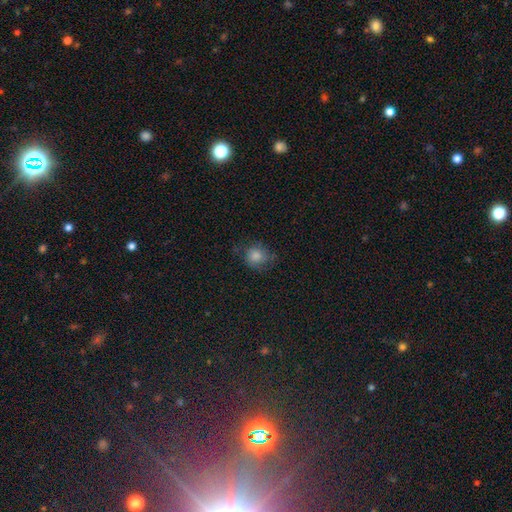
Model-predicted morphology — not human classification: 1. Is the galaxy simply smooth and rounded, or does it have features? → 69% smooth, 16% featured or disk, 15% star or artifact.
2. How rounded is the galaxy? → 79% round, 20% in between, 1% cigar-shaped.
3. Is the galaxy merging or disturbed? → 66% none, 23% minor disturbance, 10% major disturbance, 1% merger.